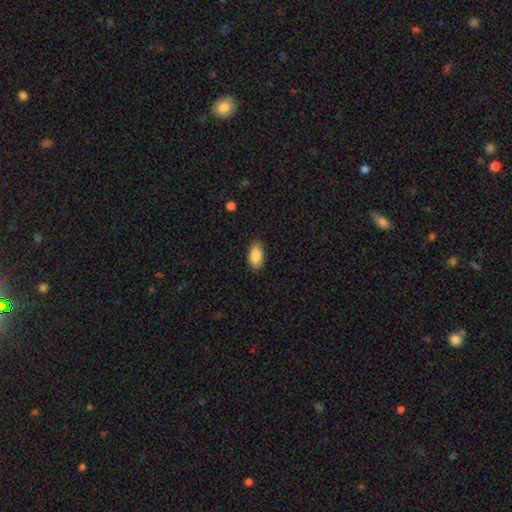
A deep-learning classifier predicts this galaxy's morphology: The model was most divided on "merging": none: 86%, minor disturbance: 11%, major disturbance: 2%, merger: 1%. More confident: how rounded — in between (94%); smooth or featured — smooth (88%).